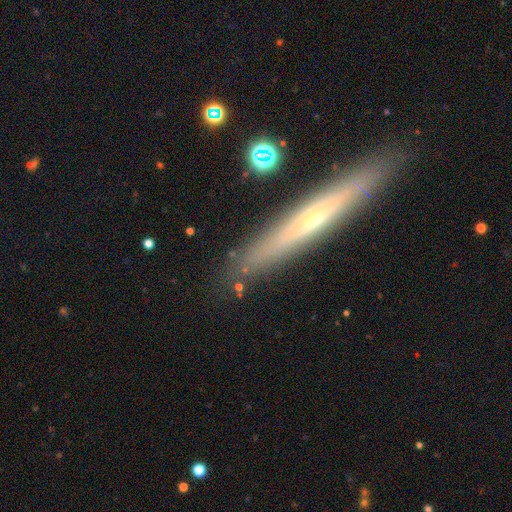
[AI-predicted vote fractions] This is likely a featured or disk galaxy (66%). It is clearly viewed edge-on (87%). Edge-on bulge: likely rounded (66%). Merging: clearly none (88%).